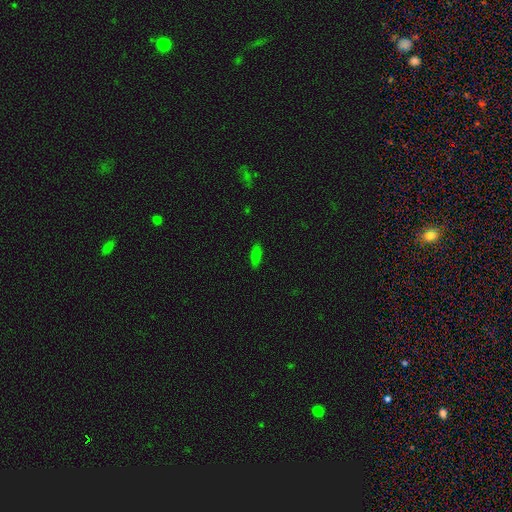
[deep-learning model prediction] smooth_or_featured: smooth (p=0.79) [alt: star or artifact p=0.12]
how_rounded: in between (p=0.64) [alt: cigar-shaped p=0.34]
merging: none (p=0.86) [alt: minor disturbance p=0.10]